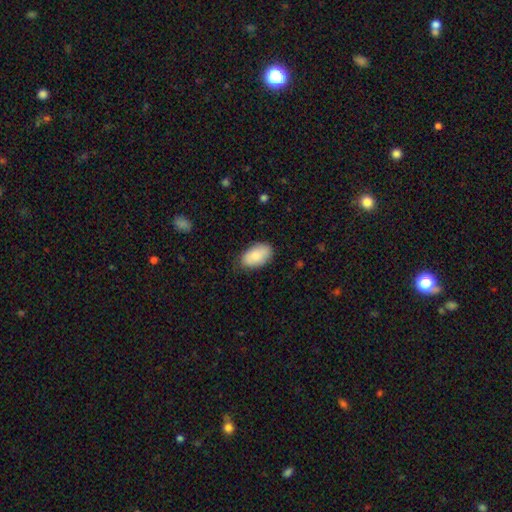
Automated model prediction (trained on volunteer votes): The model was most divided on "merging": none: 78%, minor disturbance: 18%, major disturbance: 3%, merger: 1%. More confident: how rounded — in between (94%); smooth or featured — smooth (84%).